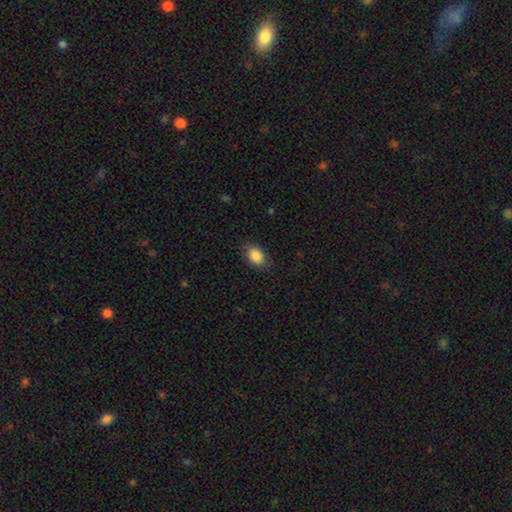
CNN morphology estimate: type=smooth (88%); roundness=in between (83%); merging=none (82%).